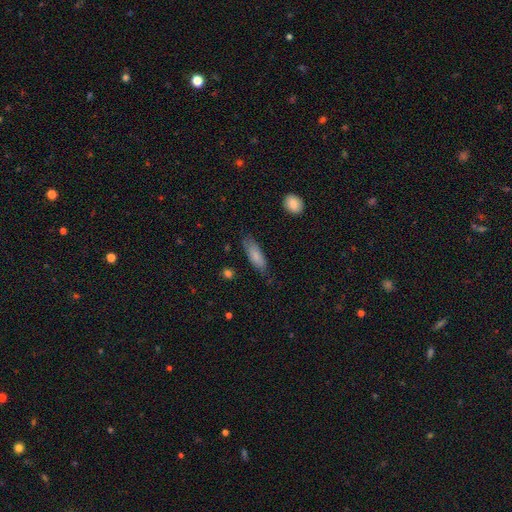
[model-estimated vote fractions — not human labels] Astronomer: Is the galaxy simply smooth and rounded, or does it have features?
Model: smooth — 80%.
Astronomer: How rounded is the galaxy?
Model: in between — 62%.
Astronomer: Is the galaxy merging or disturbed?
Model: none — 73%.